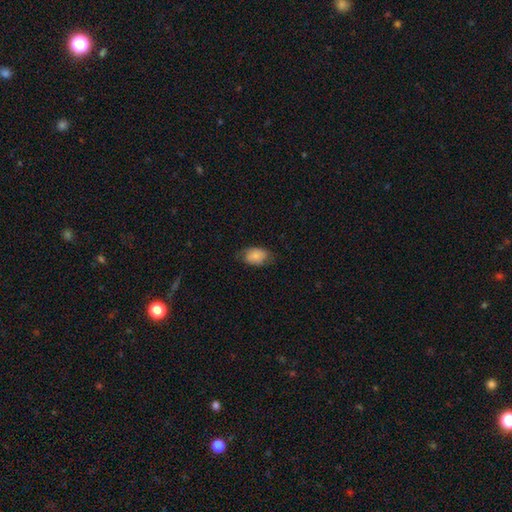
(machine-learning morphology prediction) A smooth galaxy with no disk features (81%) that is in between round and cigar-shaped (83%). Merging: none (68%).